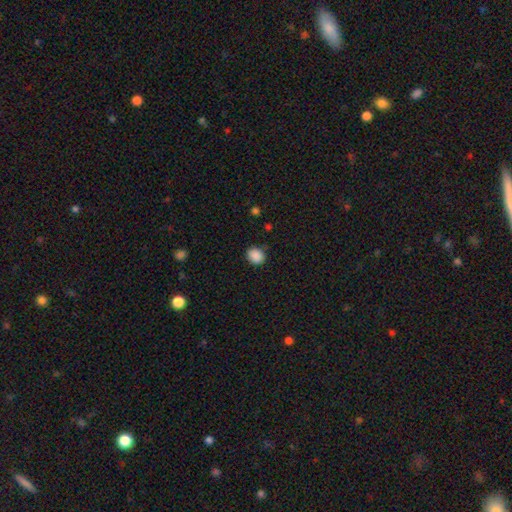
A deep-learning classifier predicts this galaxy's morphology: type=smooth (88%); roundness=round (64%); merging=none (84%).